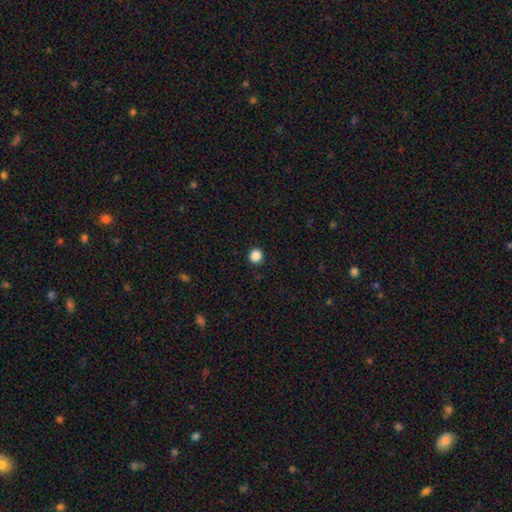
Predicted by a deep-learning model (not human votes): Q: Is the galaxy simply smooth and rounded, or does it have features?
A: smooth — 87%.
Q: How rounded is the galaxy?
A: round — 93%.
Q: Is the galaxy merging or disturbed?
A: none — 92%.